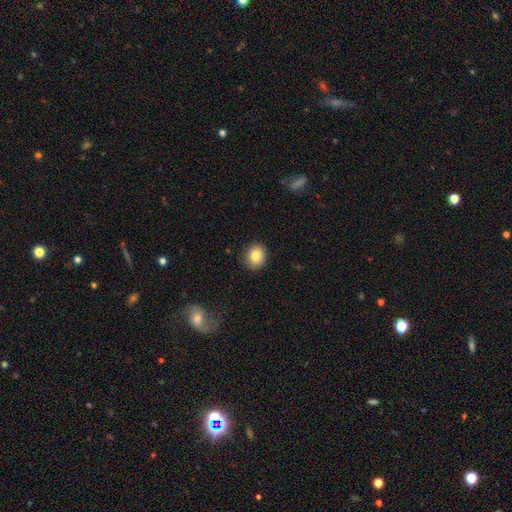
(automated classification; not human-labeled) Overall: smooth (84%). How rounded: round (70%). Merging: none (89%).